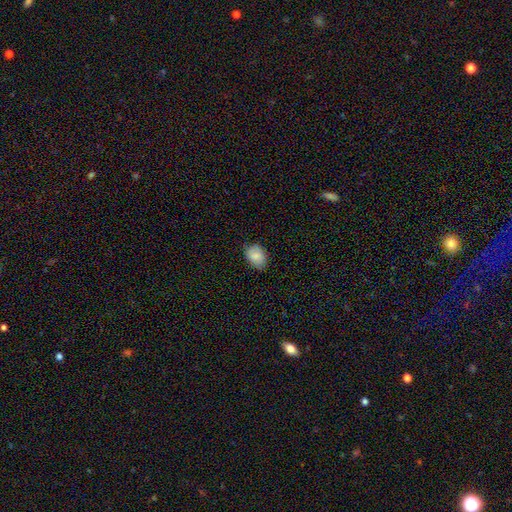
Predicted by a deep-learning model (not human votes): A smooth galaxy with no disk features (84%) that is in between round and cigar-shaped (74%).

Vote fractions:
- Smooth or featured? smooth: 84% / featured or disk: 9% / star or artifact: 7%
- How rounded? in between: 74% / round: 25% / cigar-shaped: 1%
- Merging? none: 79% / minor disturbance: 17% / major disturbance: 3% / merger: 1%